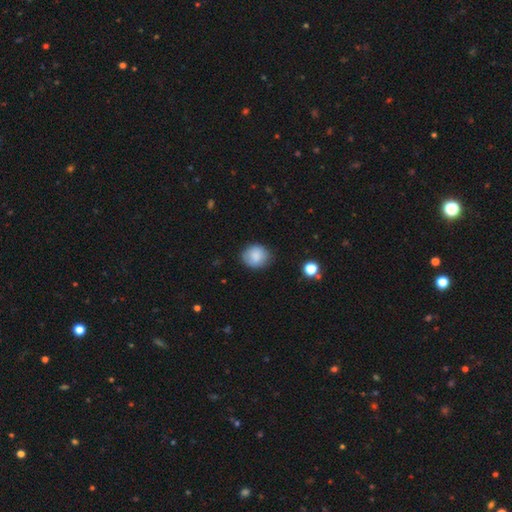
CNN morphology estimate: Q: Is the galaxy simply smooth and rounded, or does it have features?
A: smooth — 85%.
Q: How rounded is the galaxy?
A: round — 72%.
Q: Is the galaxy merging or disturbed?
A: none — 80%.